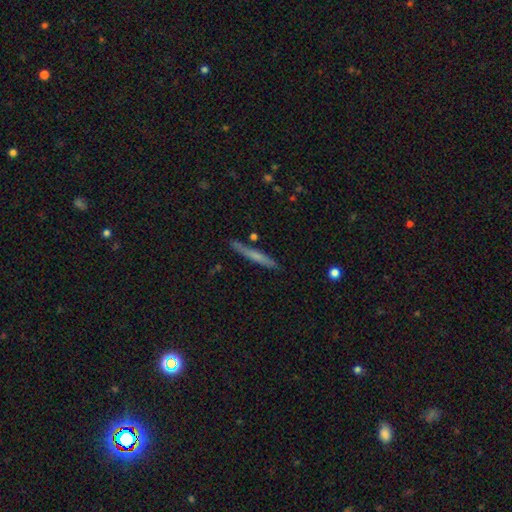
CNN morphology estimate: Smooth or featured: smooth — 54% (featured or disk — 39%)
How rounded: cigar-shaped — 95% (in between — 3%)
Merging: none — 84% (minor disturbance — 11%)